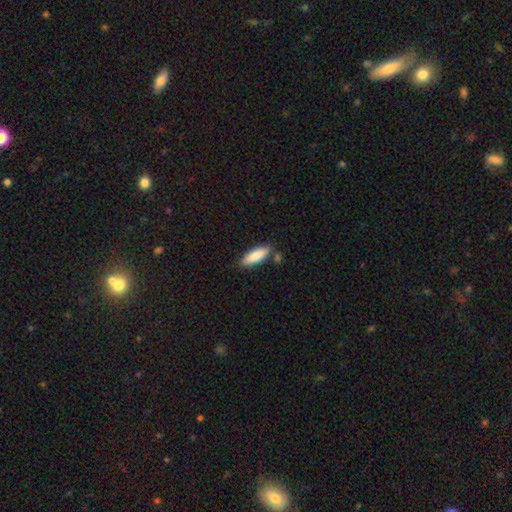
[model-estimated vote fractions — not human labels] A smooth galaxy with no disk features (85%) that is in between round and cigar-shaped (55%).

Vote fractions:
- Smooth or featured? smooth: 85% / featured or disk: 10% / star or artifact: 6%
- How rounded? in between: 55% / cigar-shaped: 44% / round: 2%
- Merging? none: 78% / minor disturbance: 13% / merger: 7% / major disturbance: 3%